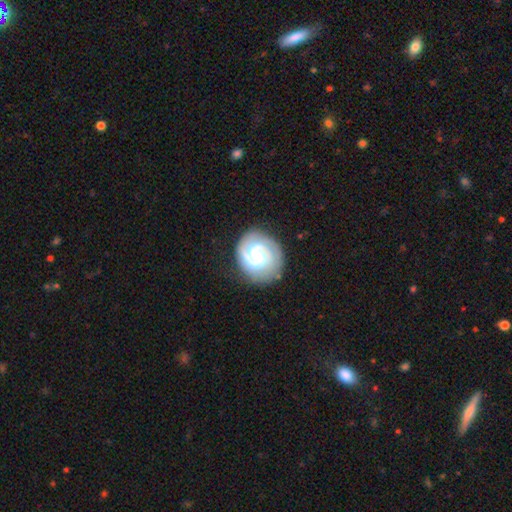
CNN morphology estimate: This is likely a featured or disk galaxy (79%). It is clearly not viewed edge-on (98%). Bar: possibly weak (51%). Spiral arm pattern: clearly yes (95%). Spiral arm count: possibly 2 (57%). Spiral winding: possibly tight (53%). Central bulge: marginally moderate (40%). Merging: likely none (76%).